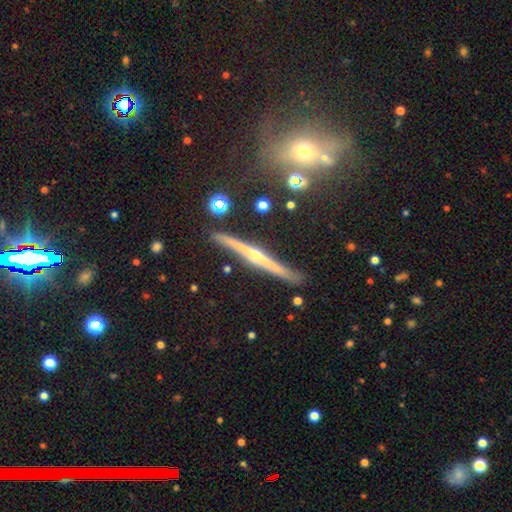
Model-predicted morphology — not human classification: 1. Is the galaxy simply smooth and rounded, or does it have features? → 80% featured or disk, 13% smooth, 7% star or artifact.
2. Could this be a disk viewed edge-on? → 98% yes, 2% no.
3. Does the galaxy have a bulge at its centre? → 82% rounded, 13% none, 5% boxy.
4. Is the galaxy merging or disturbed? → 88% none, 8% minor disturbance, 2% merger, 2% major disturbance.